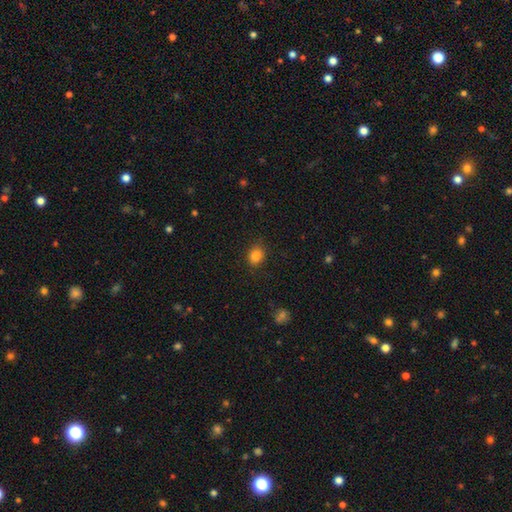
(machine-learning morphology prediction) Q: Smooth or featured?
A: smooth (85%); runner-up: star or artifact (11%)
Q: How rounded?
A: round (51%); runner-up: in between (48%)
Q: Merging?
A: none (85%); runner-up: minor disturbance (11%)